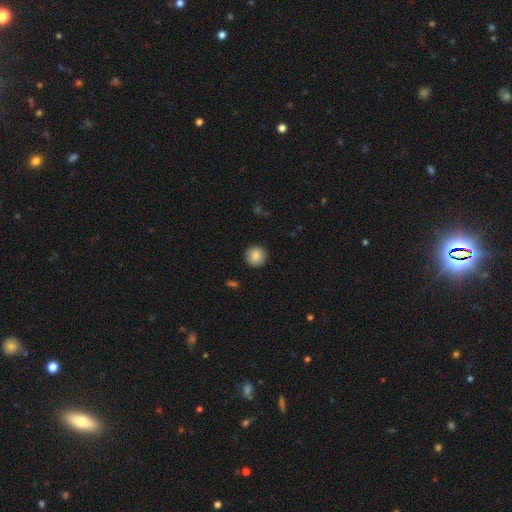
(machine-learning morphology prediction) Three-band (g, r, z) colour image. It shows a smooth galaxy with no disk features (88%) that is round (95%). Merging: none (92%).